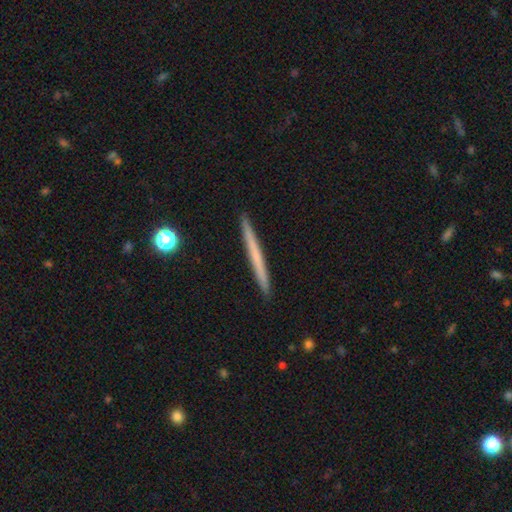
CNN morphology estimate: The model was most divided on "smooth or featured": smooth: 51%, featured or disk: 43%, star or artifact: 6%. More confident: how rounded — cigar-shaped (97%); merging — none (93%).